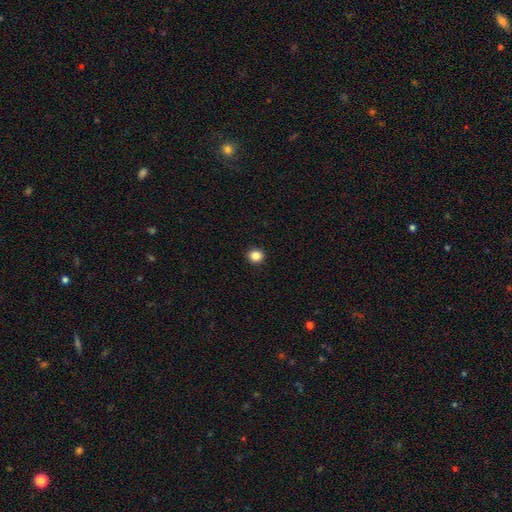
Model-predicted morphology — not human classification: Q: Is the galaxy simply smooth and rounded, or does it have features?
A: smooth — 85%.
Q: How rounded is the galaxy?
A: round — 88%.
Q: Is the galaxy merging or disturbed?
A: none — 93%.